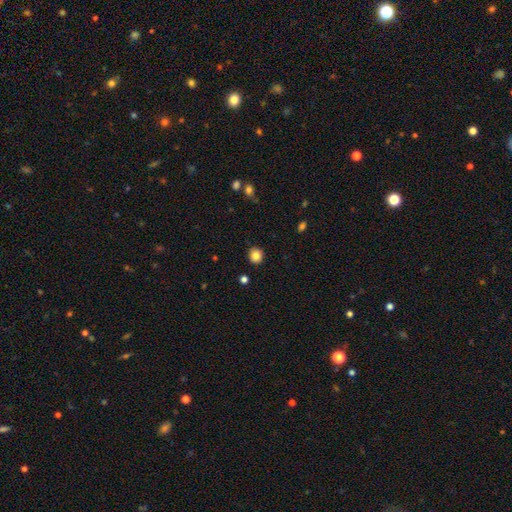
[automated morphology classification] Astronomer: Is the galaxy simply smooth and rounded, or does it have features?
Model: smooth — 83%.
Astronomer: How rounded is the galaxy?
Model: round — 87%.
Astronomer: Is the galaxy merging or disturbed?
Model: none — 90%.